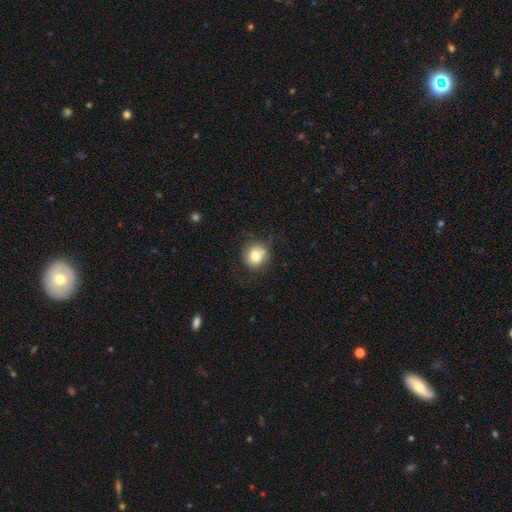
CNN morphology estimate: smooth 77%, featured or disk 13%, star or artifact 10%. Down the decision tree: how rounded — round (88%); merging — none (72%).